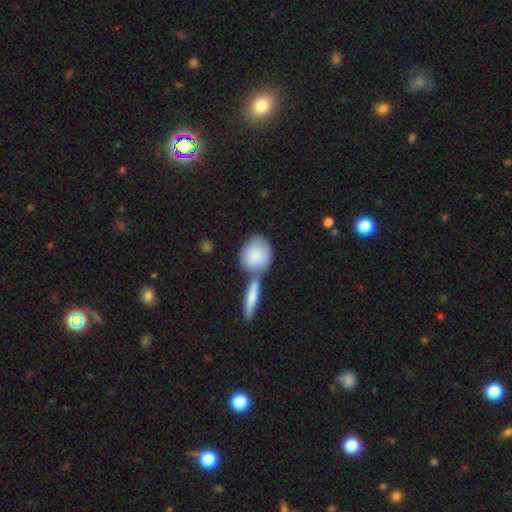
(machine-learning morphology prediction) Smooth or featured: smooth — 83% (featured or disk — 12%)
How rounded: round — 49% (in between — 47%)
Merging: merger — 42% (none — 41%)